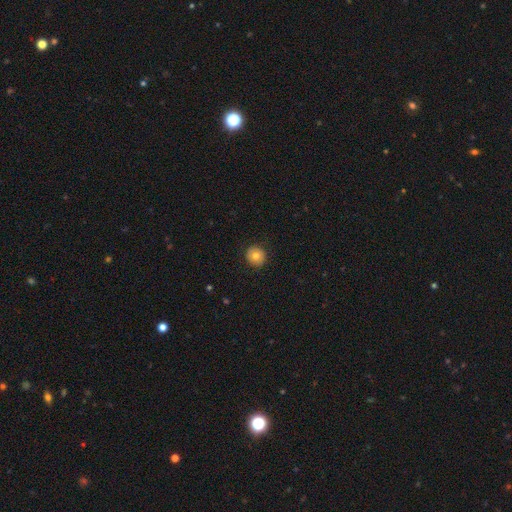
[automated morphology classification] Smooth or featured? smooth (76%)
How rounded? round (92%)
Merging? none (88%)